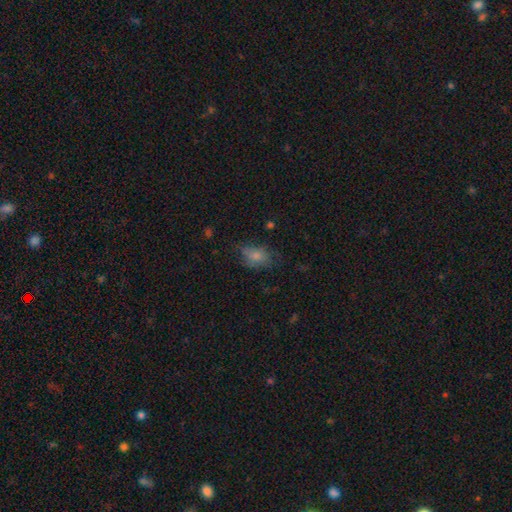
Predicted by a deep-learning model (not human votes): Smooth or featured? smooth (75%)
How rounded? in between (78%)
Merging? none (53%)